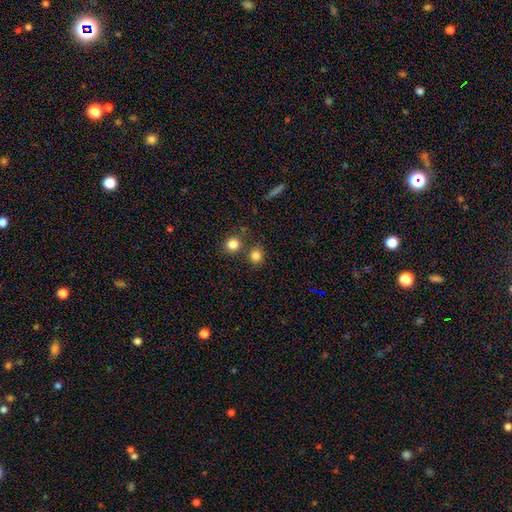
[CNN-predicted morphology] Smooth or featured? smooth (83%)
How rounded? round (88%)
Merging? none (73%)